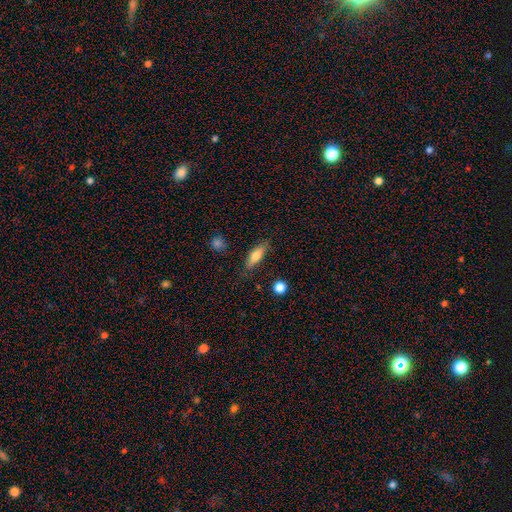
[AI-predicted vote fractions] smooth_or_featured: smooth (p=0.70) [alt: featured or disk p=0.23]
how_rounded: in between (p=0.52) [alt: cigar-shaped p=0.45]
merging: none (p=0.81) [alt: minor disturbance p=0.13]